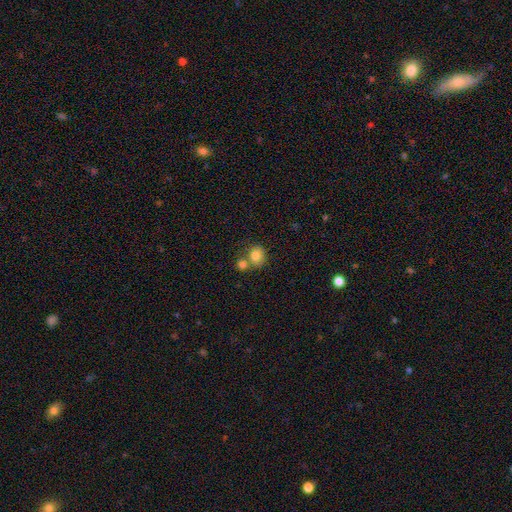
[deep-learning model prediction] Smooth or featured? smooth (81%)
How rounded? round (76%)
Merging? none (51%)